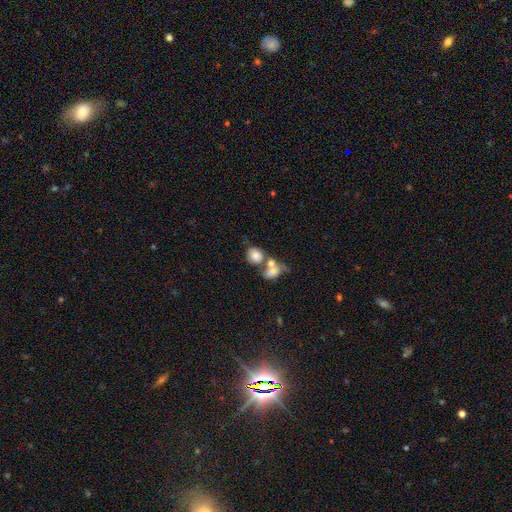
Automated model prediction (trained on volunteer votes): Overall: smooth (77%). How rounded: round (59%; in between 40%). Merging: merger (52%; none 31%).